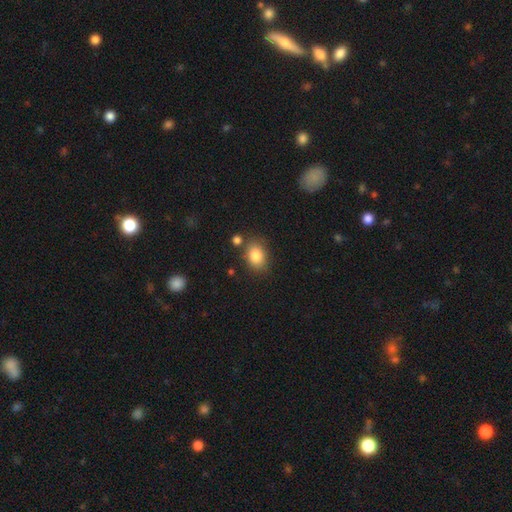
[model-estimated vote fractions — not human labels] Smooth or featured? smooth (84%)
How rounded? in between (68%)
Merging? none (74%)